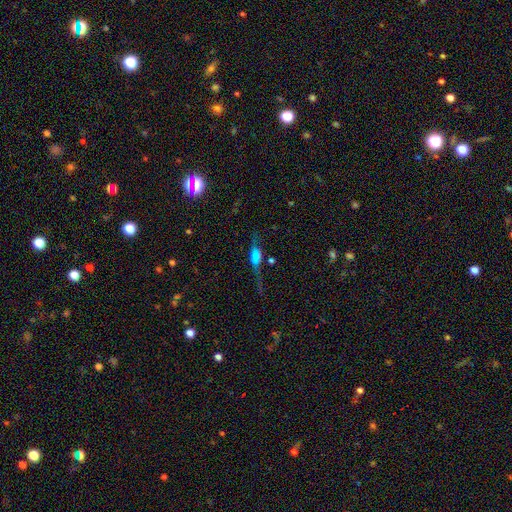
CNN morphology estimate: This is possibly a featured or disk galaxy (57%). It is likely viewed edge-on (77%). Merging: possibly none (53%).